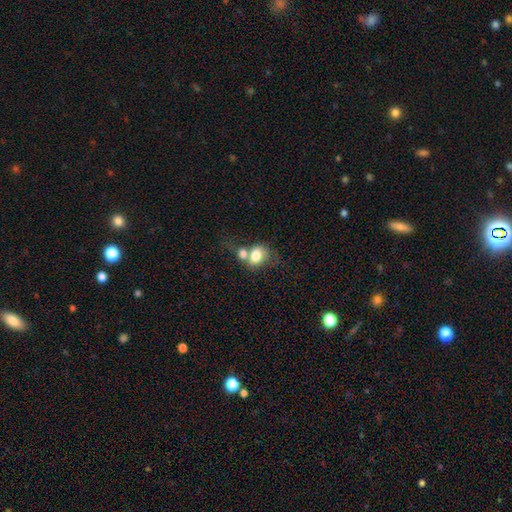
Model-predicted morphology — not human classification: smooth 73%, featured or disk 19%, star or artifact 8%. Down the decision tree: how rounded — in between (55%); merging — merger (61%).